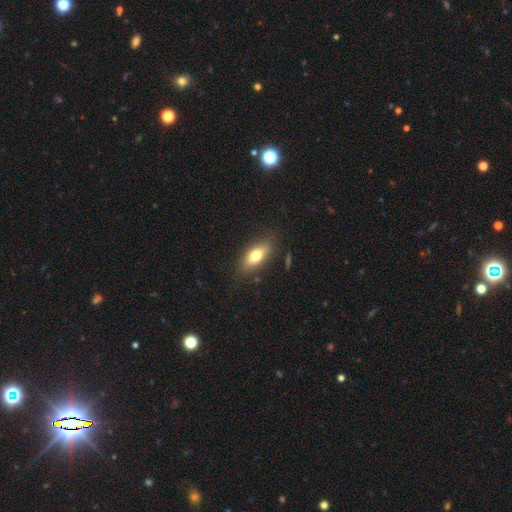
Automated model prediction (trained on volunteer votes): A smooth galaxy with no disk features (72%) that is in between round and cigar-shaped (79%). Merging: none (82%).